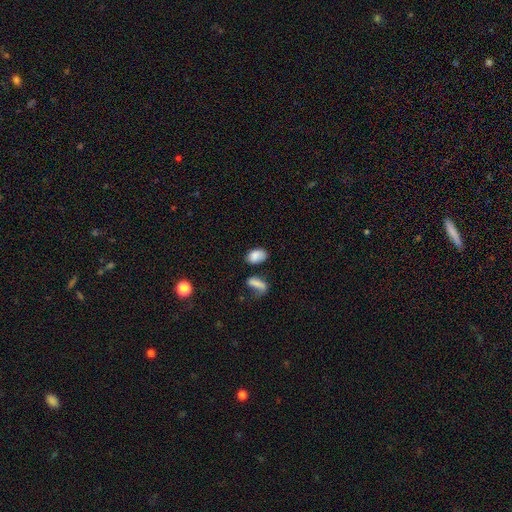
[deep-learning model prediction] Smooth or featured? smooth (82%)
How rounded? in between (91%)
Merging? none (57%)